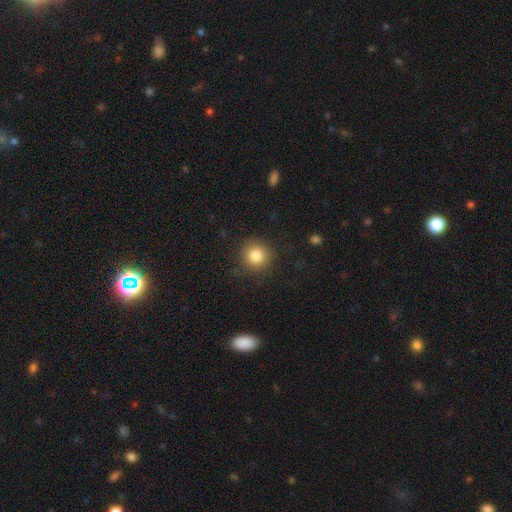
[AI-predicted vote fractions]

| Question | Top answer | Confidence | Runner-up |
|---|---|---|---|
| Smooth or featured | smooth | 84% | star or artifact (10%) |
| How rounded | round | 93% | in between (6%) |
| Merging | none | 87% | minor disturbance (9%) |